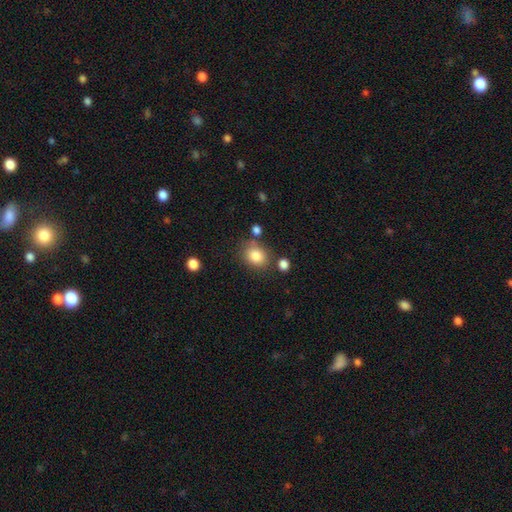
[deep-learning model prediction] Morphology: type=smooth (84%); roundness=round (57%); merging=none (72%).